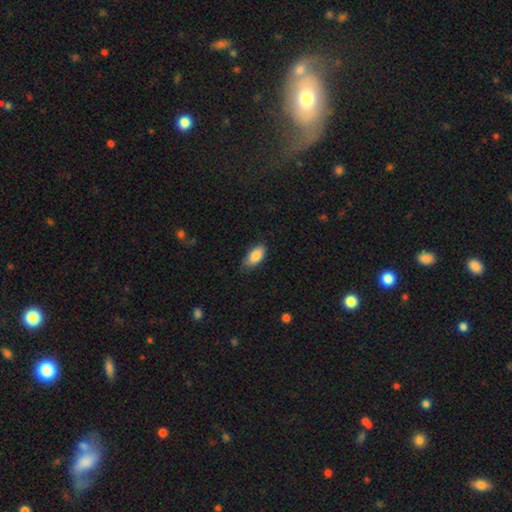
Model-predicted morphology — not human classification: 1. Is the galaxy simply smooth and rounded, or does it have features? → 85% smooth, 8% featured or disk, 6% star or artifact.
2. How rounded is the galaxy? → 91% in between, 6% cigar-shaped, 3% round.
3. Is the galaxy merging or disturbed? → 73% none, 23% minor disturbance, 3% major disturbance, 1% merger.